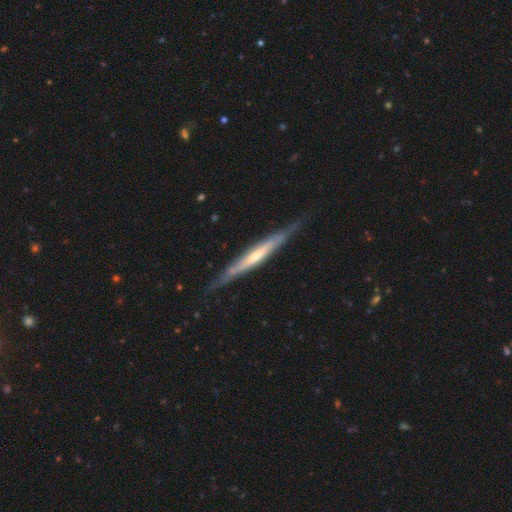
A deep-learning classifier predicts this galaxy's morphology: This is likely a featured or disk galaxy (70%). It is clearly viewed edge-on (91%). Edge-on bulge: possibly none (46%). Merging: likely none (79%).